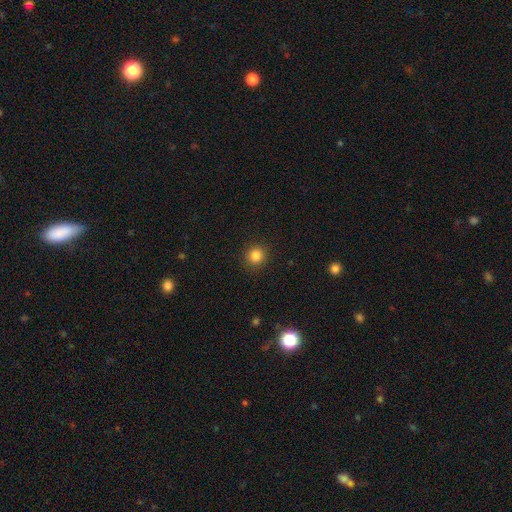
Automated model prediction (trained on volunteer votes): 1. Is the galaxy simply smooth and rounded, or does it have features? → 84% smooth, 12% star or artifact, 4% featured or disk.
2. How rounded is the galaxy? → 92% round, 7% in between, 1% cigar-shaped.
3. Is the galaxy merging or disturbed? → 91% none, 6% minor disturbance, 2% major disturbance, 1% merger.